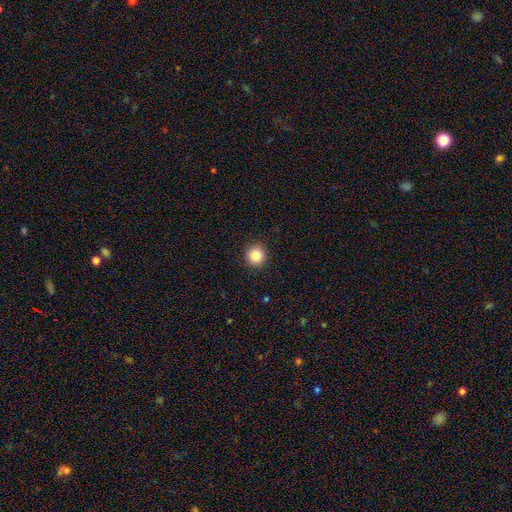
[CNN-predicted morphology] smooth 85%, star or artifact 10%, featured or disk 5%. Down the decision tree: how rounded — round (94%); merging — none (92%).